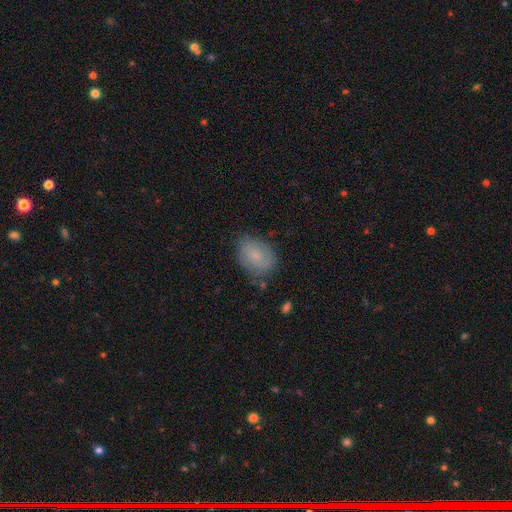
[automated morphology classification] A smooth galaxy with no disk features (67%) that is in between round and cigar-shaped (75%). Merging: none (69%).